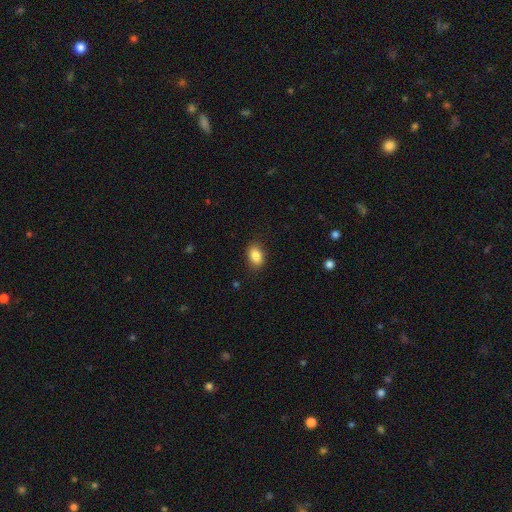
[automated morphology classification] type=smooth (86%); roundness=in between (82%); merging=none (86%).